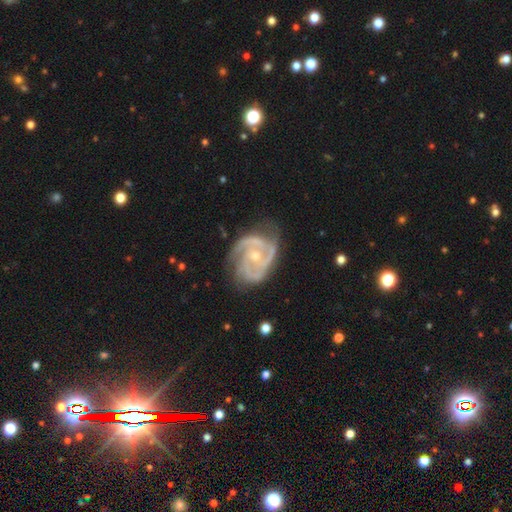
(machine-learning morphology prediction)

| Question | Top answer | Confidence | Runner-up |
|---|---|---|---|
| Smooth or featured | featured or disk | 92% | star or artifact (4%) |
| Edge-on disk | no | 98% | yes (2%) |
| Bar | no | 66% | weak (26%) |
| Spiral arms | yes | 98% | no (2%) |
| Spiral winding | tight | 50% | medium (43%) |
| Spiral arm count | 3 | 42% | 2 (41%) |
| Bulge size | small | 59% | moderate (38%) |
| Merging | none | 64% | minor disturbance (24%) |